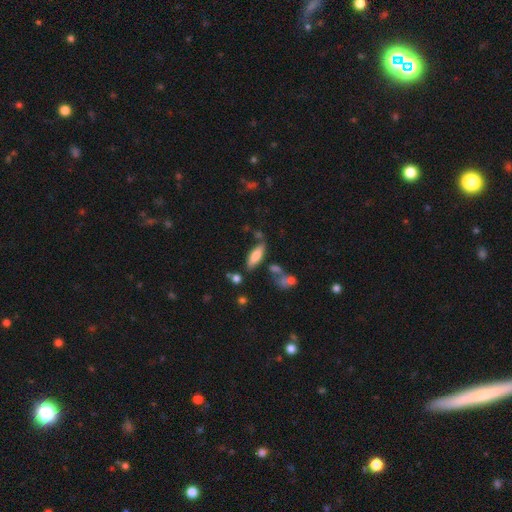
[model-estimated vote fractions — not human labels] This appears to be a smooth galaxy with no disk features (70%) that is in between round and cigar-shaped (62%). Merging: none (67%).